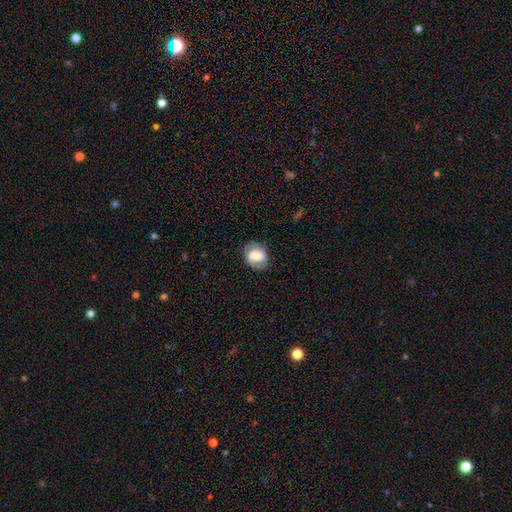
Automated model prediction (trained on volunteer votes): smooth-or-featured: smooth: 60% | featured or disk: 32% | star or artifact: 8%
  how-rounded: in between: 58% | round: 41% | cigar-shaped: 1%
  merging: none: 77% | minor disturbance: 16% | major disturbance: 6% | merger: 1%